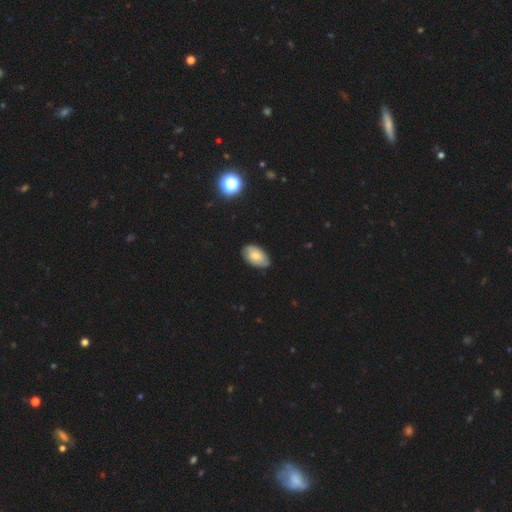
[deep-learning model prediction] smooth-or-featured: smooth: 64% | featured or disk: 28% | star or artifact: 8%
  how-rounded: in between: 93% | round: 6% | cigar-shaped: 1%
  merging: none: 80% | minor disturbance: 16% | major disturbance: 3% | merger: 1%